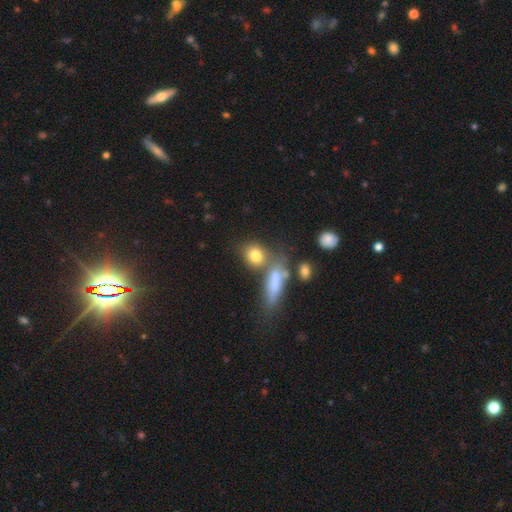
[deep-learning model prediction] A smooth galaxy with no disk features (78%) that is round (50%).

Vote fractions:
- Smooth or featured? smooth: 78% / featured or disk: 12% / star or artifact: 10%
- How rounded? round: 50% / in between: 43% / cigar-shaped: 7%
- Merging? none: 51% / merger: 29% / minor disturbance: 13% / major disturbance: 7%